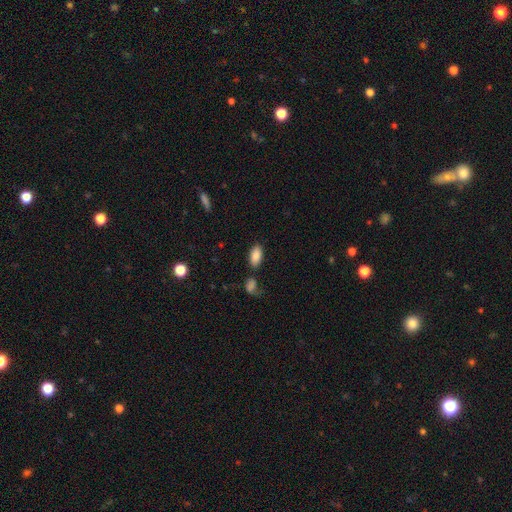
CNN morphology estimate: Smooth or featured? Predicted: smooth (p=0.86). How rounded? Predicted: in between (p=0.93). Merging? Predicted: none (p=0.77).